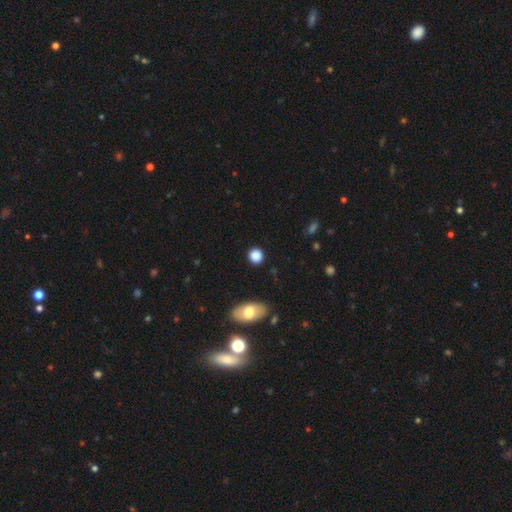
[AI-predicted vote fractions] Smooth or featured?
  - smooth: 86% *
  - star or artifact: 9%
  - featured or disk: 5%
How rounded?
  - round: 83% *
  - in between: 16%
  - cigar-shaped: 2%
Merging?
  - none: 89% *
  - minor disturbance: 7%
  - major disturbance: 2%
  - merger: 2%